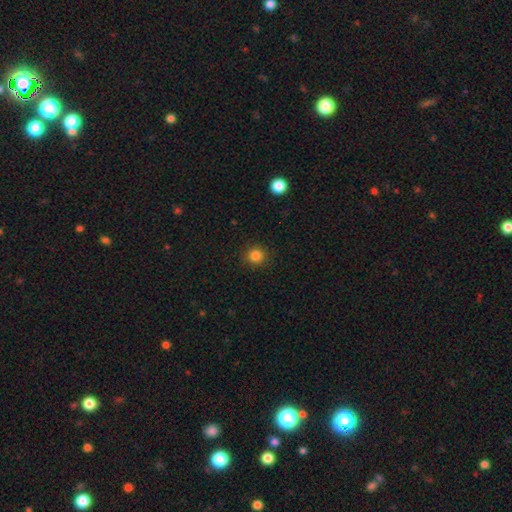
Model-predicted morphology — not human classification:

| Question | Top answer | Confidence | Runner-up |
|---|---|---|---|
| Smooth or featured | smooth | 84% | star or artifact (12%) |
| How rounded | round | 93% | in between (6%) |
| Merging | none | 91% | minor disturbance (6%) |